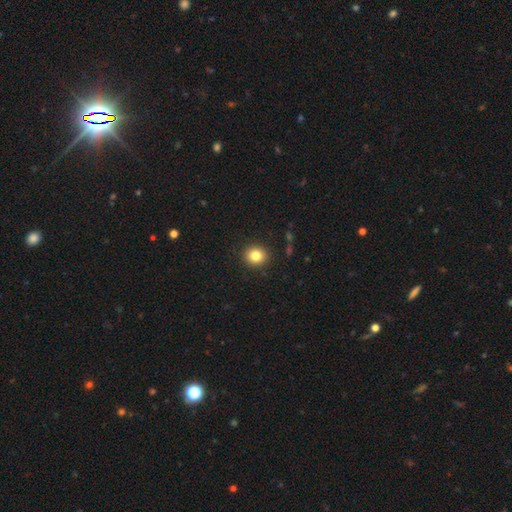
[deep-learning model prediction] Smooth or featured? Predicted: smooth (p=0.82). How rounded? Predicted: round (p=0.84). Merging? Predicted: none (p=0.91).